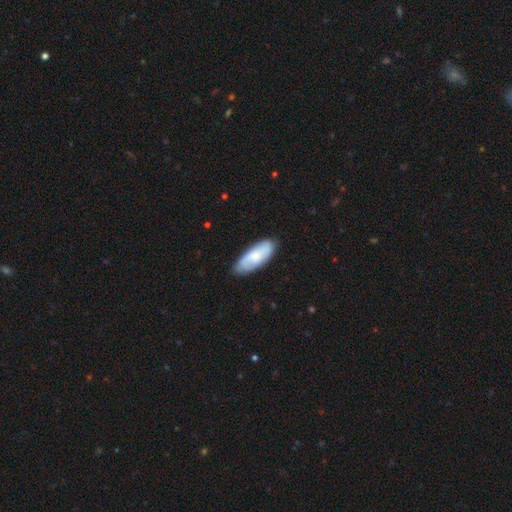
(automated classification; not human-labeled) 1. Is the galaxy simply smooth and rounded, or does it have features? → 64% smooth, 30% featured or disk, 6% star or artifact.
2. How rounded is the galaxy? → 77% in between, 21% cigar-shaped, 2% round.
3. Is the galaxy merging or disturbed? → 83% none, 13% minor disturbance, 2% major disturbance, 1% merger.